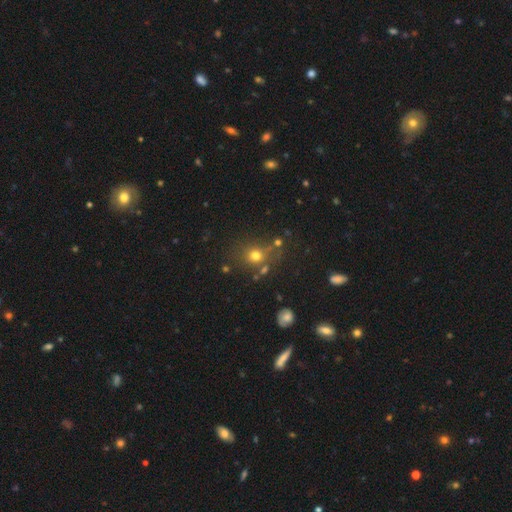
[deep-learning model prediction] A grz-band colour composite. It shows a smooth galaxy with no disk features (70%) that is round (75%). Merging: none (65%).